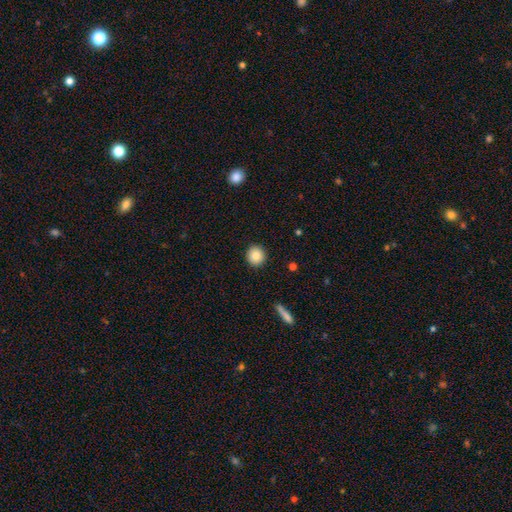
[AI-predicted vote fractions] Smooth or featured? Predicted: smooth (p=0.87). How rounded? Predicted: round (p=0.91). Merging? Predicted: none (p=0.92).